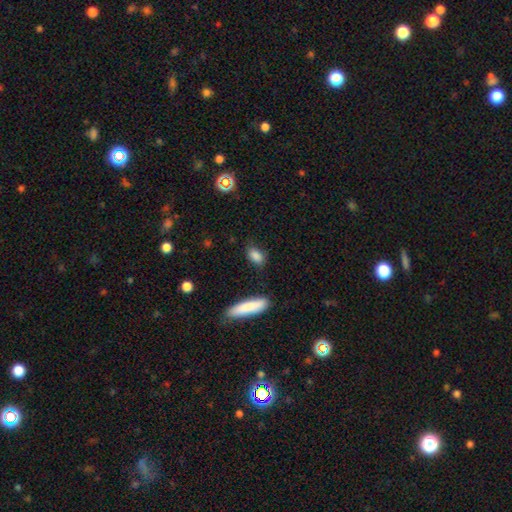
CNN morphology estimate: This is clearly a smooth galaxy (86%). How rounded: clearly in between (81%). Merging: likely none (76%).